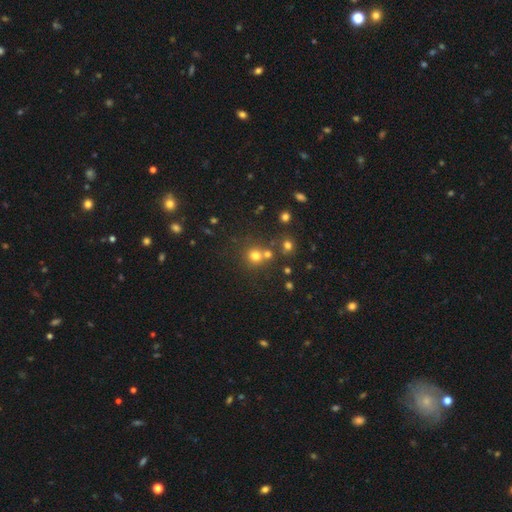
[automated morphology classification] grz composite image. It shows a smooth galaxy with no disk features (71%) that is round (89%). Merging: none (61%).